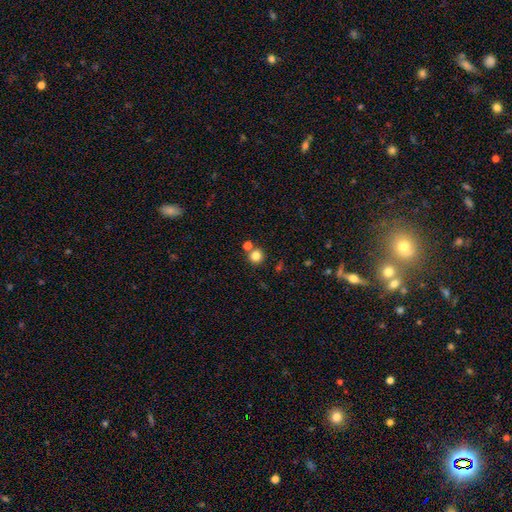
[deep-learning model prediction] The model was most divided on "merging": none: 75%, merger: 15%, minor disturbance: 7%, major disturbance: 3%. More confident: how rounded — round (93%); smooth or featured — smooth (82%).